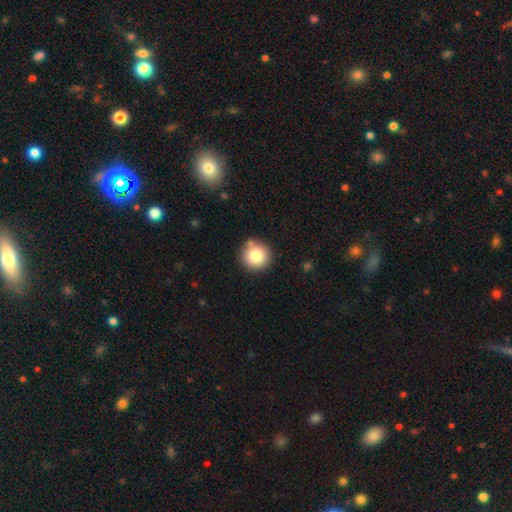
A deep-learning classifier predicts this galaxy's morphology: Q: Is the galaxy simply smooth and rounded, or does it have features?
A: smooth — 84%.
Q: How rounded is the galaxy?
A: round — 95%.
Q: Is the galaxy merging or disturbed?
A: none — 85%.